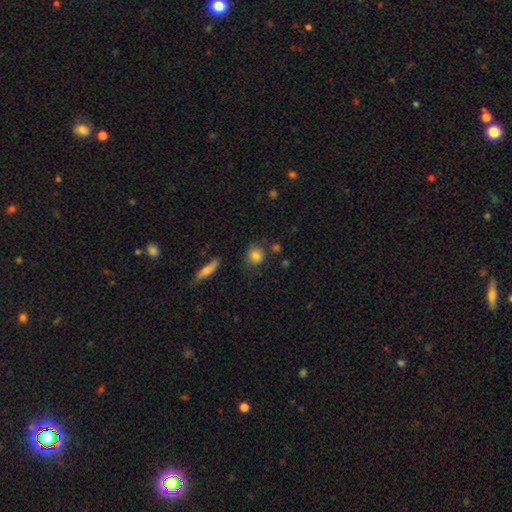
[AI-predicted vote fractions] smooth_or_featured: smooth (p=0.82) [alt: star or artifact p=0.09]
how_rounded: round (p=0.70) [alt: in between p=0.27]
merging: none (p=0.71) [alt: minor disturbance p=0.18]